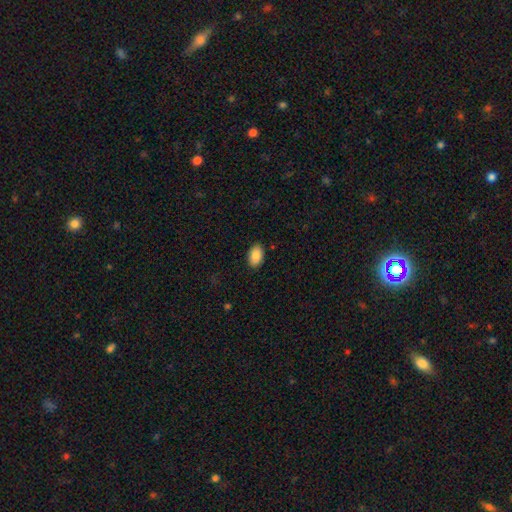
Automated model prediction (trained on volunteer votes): Smooth or featured?
  - smooth: 88% *
  - star or artifact: 7%
  - featured or disk: 5%
How rounded?
  - in between: 92% *
  - round: 7%
  - cigar-shaped: 1%
Merging?
  - none: 88% *
  - minor disturbance: 9%
  - major disturbance: 2%
  - merger: 1%